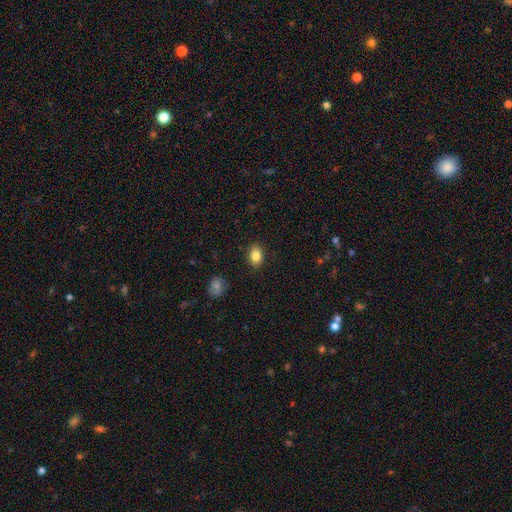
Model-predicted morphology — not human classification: A smooth galaxy with no disk features (84%) that is in between round and cigar-shaped (75%).

Vote fractions:
- Smooth or featured? smooth: 84% / star or artifact: 9% / featured or disk: 7%
- How rounded? in between: 75% / round: 24% / cigar-shaped: 1%
- Merging? none: 88% / minor disturbance: 9% / major disturbance: 2% / merger: 1%